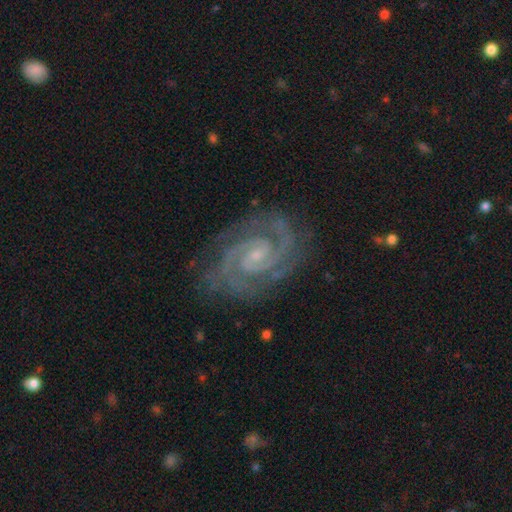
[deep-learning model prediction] This is clearly a featured or disk galaxy (94%). It is clearly not viewed edge-on (98%). Bar: possibly no (49%). Spiral arm pattern: clearly yes (99%). Spiral arm count: clearly 2 (85%). Spiral winding: likely tight (69%). Central bulge: likely small (75%). Merging: clearly none (81%).